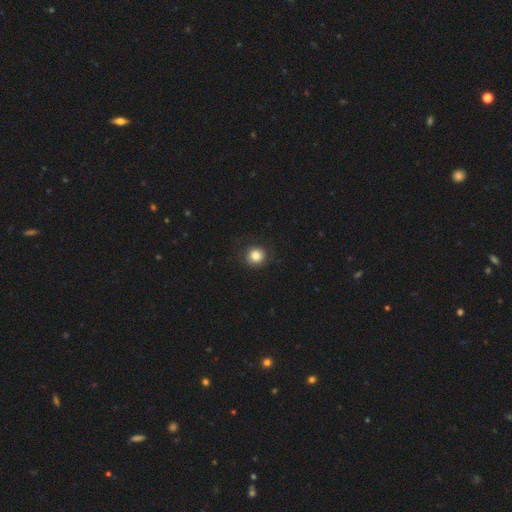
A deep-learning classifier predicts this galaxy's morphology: smooth-or-featured: smooth: 82% | star or artifact: 10% | featured or disk: 8%
  how-rounded: round: 93% | in between: 6% | cigar-shaped: 1%
  merging: none: 88% | minor disturbance: 8% | major disturbance: 3% | merger: 1%